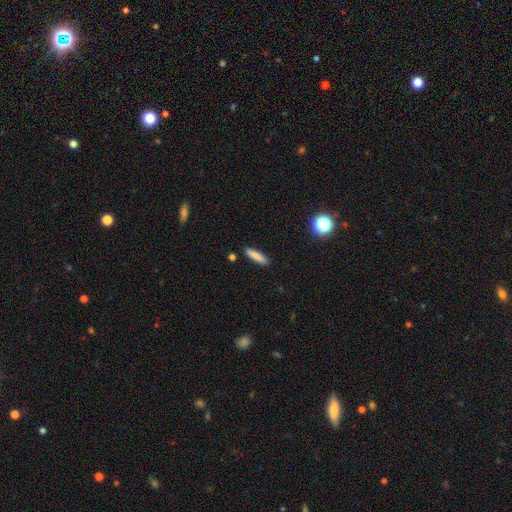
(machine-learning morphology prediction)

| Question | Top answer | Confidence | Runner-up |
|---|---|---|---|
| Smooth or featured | smooth | 84% | featured or disk (9%) |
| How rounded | cigar-shaped | 81% | in between (17%) |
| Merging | none | 89% | minor disturbance (7%) |